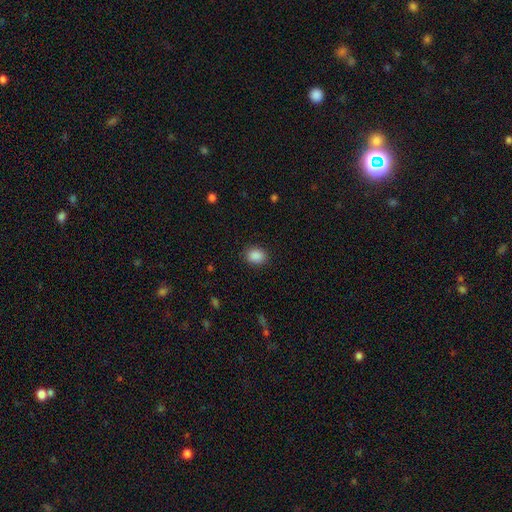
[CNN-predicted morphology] smooth-or-featured: smooth: 88% | star or artifact: 9% | featured or disk: 3%
  how-rounded: in between: 51% | round: 48% | cigar-shaped: 1%
  merging: none: 88% | minor disturbance: 8% | major disturbance: 3% | merger: 1%